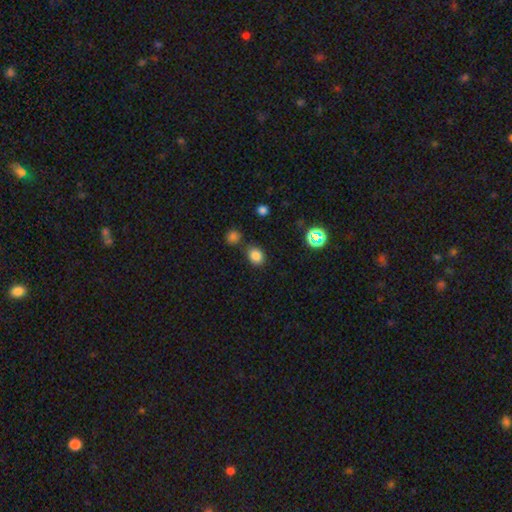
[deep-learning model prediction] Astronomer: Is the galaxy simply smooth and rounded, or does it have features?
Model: smooth — 81%.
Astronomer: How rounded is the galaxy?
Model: round — 52% (runner-up: in between, 47%).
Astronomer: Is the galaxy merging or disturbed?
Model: none — 74%.